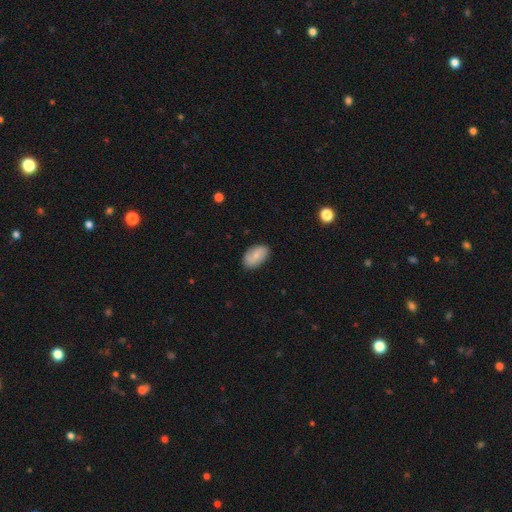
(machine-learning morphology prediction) type=smooth (63%); roundness=in between (91%); merging=none (82%).